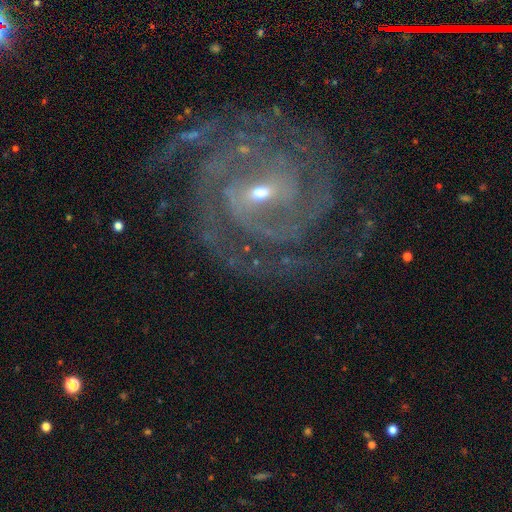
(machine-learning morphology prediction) This appears to be a featured or disk galaxy (92%) with a weak bar (44%), 2 (42%) tight (73%) spiral arms (99%) and a small central bulge (73%). Merging: none (75%).